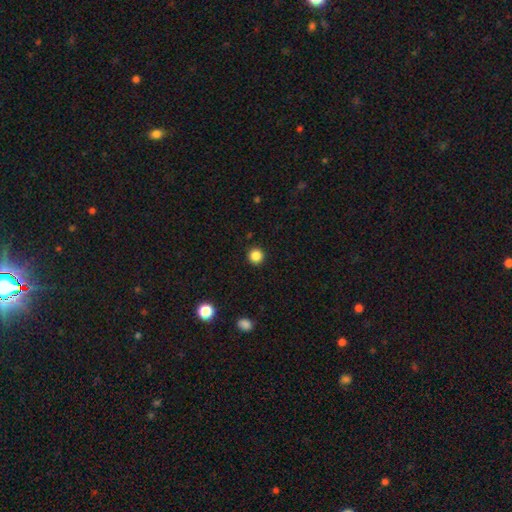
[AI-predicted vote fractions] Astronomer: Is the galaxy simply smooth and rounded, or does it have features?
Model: smooth — 85%.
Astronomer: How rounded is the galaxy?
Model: round — 95%.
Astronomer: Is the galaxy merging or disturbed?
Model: none — 93%.